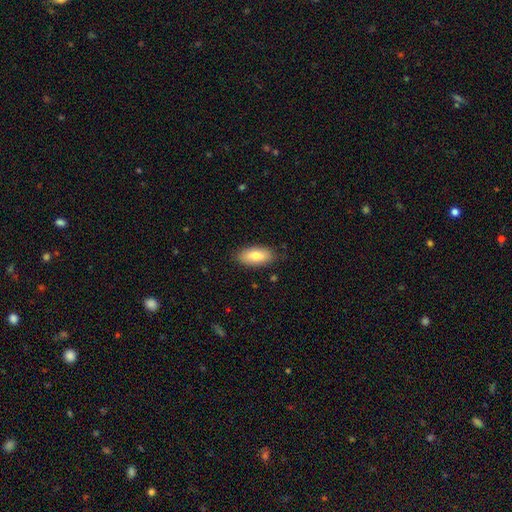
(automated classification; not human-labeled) Smooth or featured? Predicted: smooth (p=0.78). How rounded? Predicted: in between (p=0.88). Merging? Predicted: none (p=0.84).